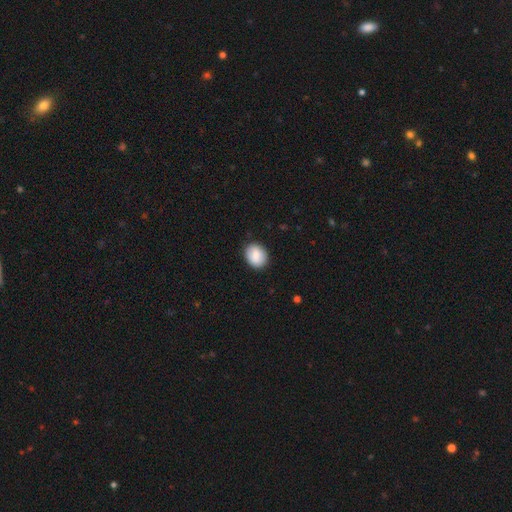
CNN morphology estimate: This appears to be a smooth galaxy with no disk features (81%) that is in between round and cigar-shaped (55%). Merging: none (85%).